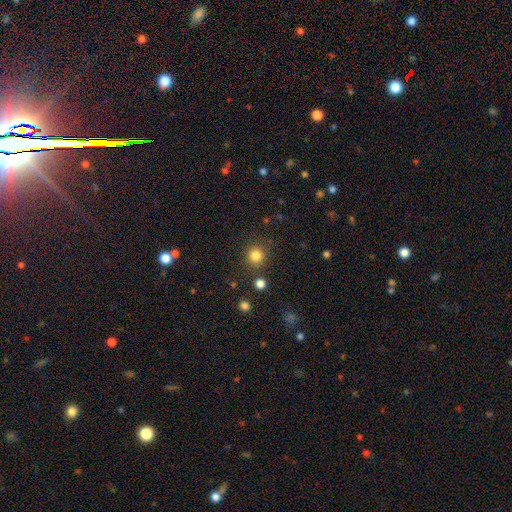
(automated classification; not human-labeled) Morphology: type=smooth (82%); roundness=round (92%); merging=none (85%).